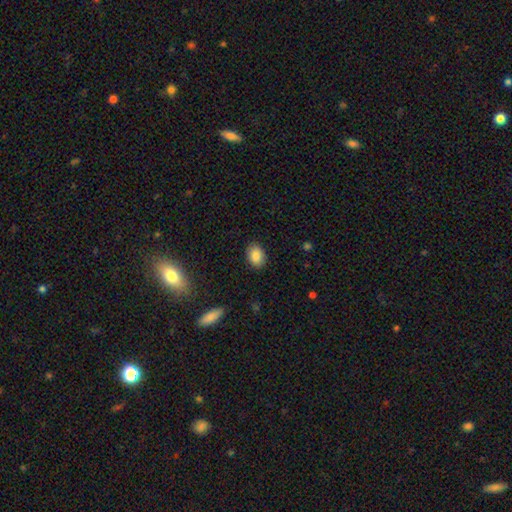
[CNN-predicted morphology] A smooth galaxy with no disk features (86%) that is in between round and cigar-shaped (79%). Merging: none (88%).